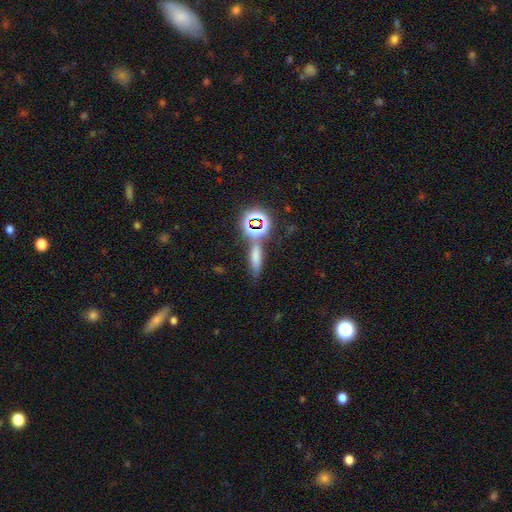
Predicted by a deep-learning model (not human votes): Morphology: type=smooth (63%); roundness=cigar-shaped (61%); merging=none (66%).